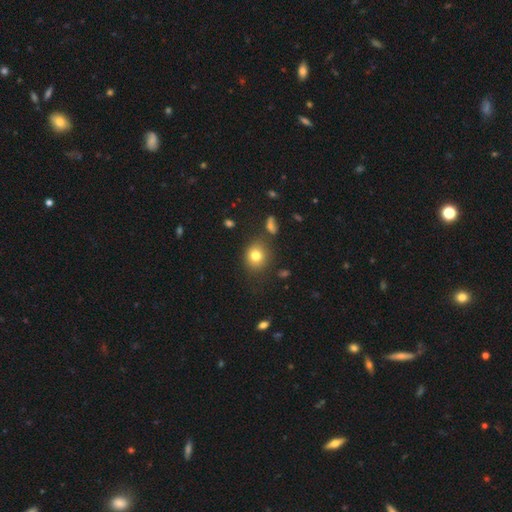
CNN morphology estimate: The model was most divided on "how rounded": round: 73%, in between: 26%, cigar-shaped: 1%. More confident: merging — none (80%); smooth or featured — smooth (78%).